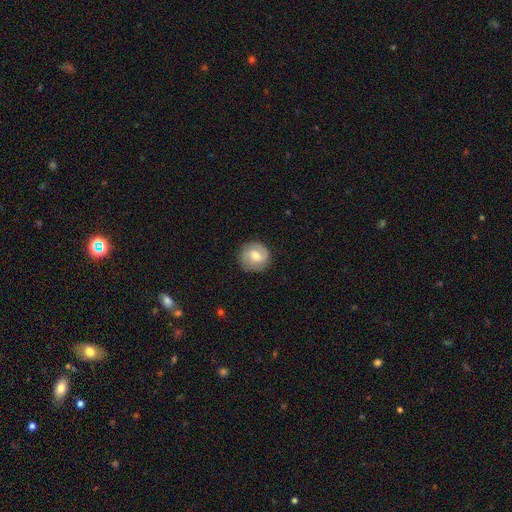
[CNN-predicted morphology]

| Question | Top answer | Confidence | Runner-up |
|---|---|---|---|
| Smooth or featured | featured or disk | 57% | smooth (37%) |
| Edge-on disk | no | 97% | yes (3%) |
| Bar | weak | 54% | no (29%) |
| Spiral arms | yes | 84% | no (16%) |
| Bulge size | moderate | 70% | small (21%) |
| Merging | none | 86% | minor disturbance (10%) |